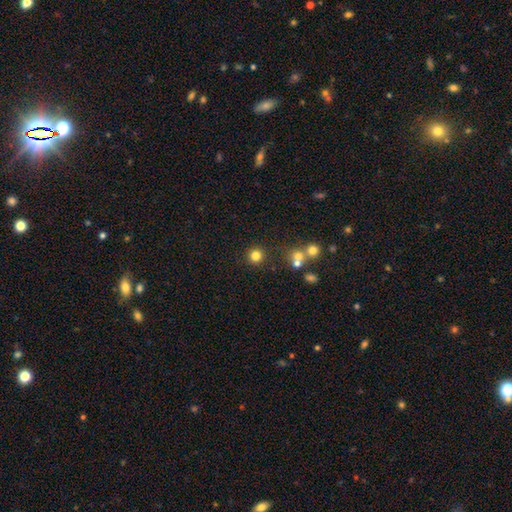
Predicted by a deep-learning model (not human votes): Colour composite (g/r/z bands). It shows a smooth galaxy with no disk features (80%) that is round (94%). Merging: none (87%).